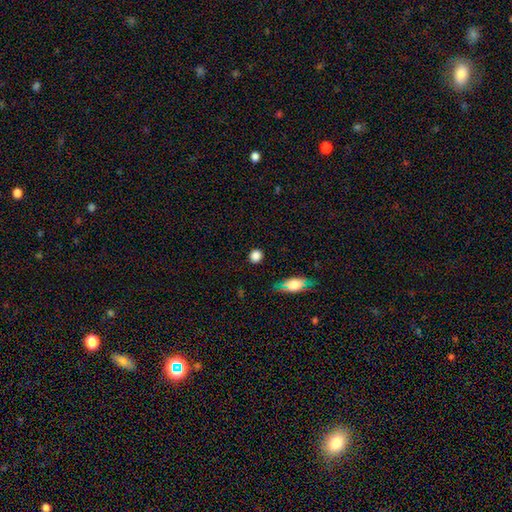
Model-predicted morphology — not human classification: Smooth or featured? smooth (86%)
How rounded? round (85%)
Merging? none (88%)